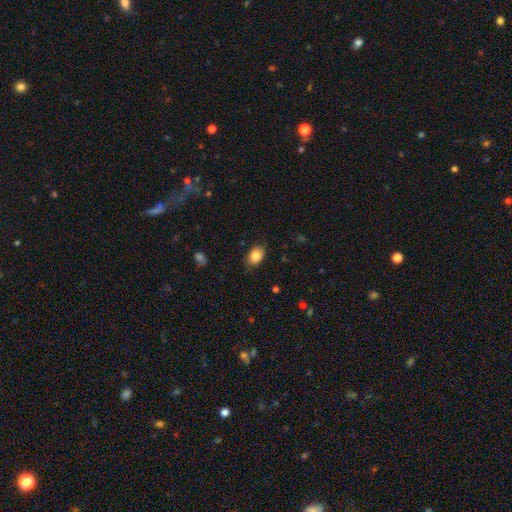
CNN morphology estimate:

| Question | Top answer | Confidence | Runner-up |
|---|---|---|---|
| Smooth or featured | smooth | 85% | star or artifact (8%) |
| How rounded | in between | 79% | round (20%) |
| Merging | none | 83% | minor disturbance (13%) |